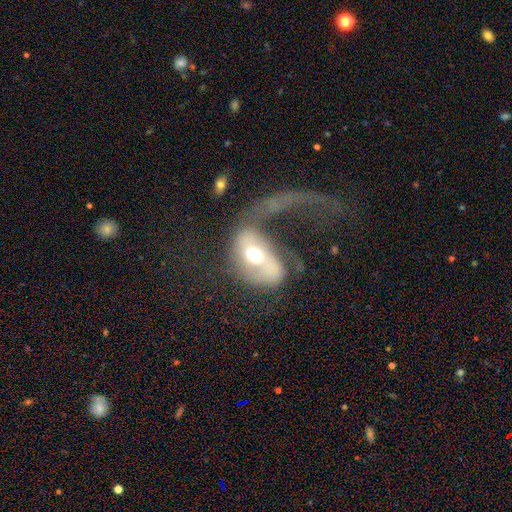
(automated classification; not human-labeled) This appears to be a featured or disk galaxy (51%). Merging: major disturbance (59%).